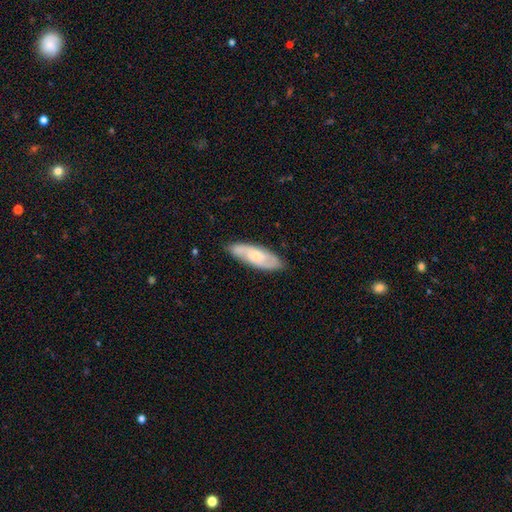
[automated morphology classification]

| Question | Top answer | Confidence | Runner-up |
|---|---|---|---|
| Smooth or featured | featured or disk | 58% | smooth (36%) |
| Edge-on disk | no | 84% | yes (16%) |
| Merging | none | 80% | minor disturbance (15%) |